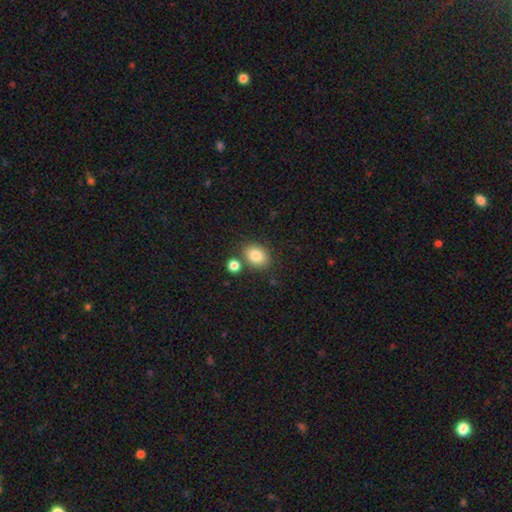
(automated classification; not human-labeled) A smooth galaxy with no disk features (82%) that is in between round and cigar-shaped (57%). Merging: none (74%).